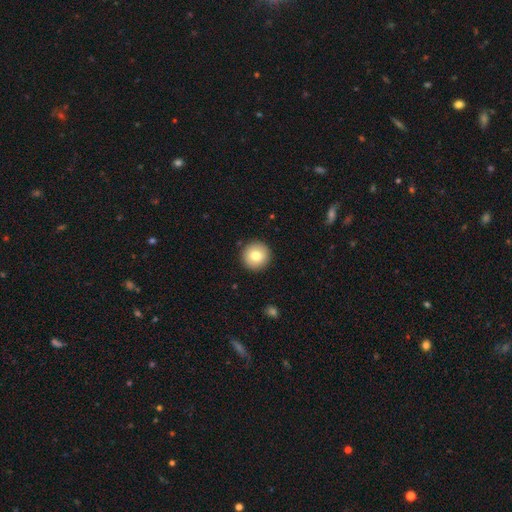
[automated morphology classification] smooth_or_featured: smooth (p=0.78) [alt: featured or disk p=0.14]
how_rounded: round (p=0.96) [alt: in between p=0.03]
merging: none (p=0.92) [alt: minor disturbance p=0.05]